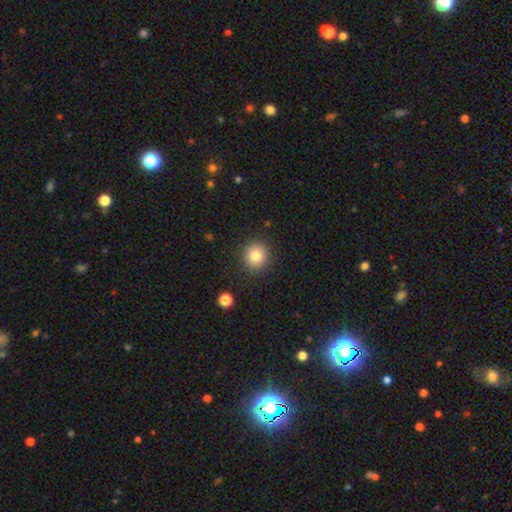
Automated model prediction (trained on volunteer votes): smooth-or-featured: smooth: 82% | star or artifact: 11% | featured or disk: 8%
  how-rounded: round: 88% | in between: 11% | cigar-shaped: 1%
  merging: none: 89% | minor disturbance: 7% | major disturbance: 2% | merger: 2%